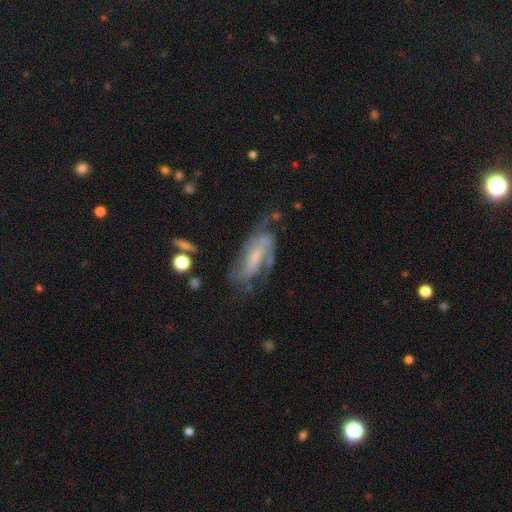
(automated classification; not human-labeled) A featured or disk galaxy (75%) with no bar (42%), 2 (48%) medium (46%) spiral arms (88%) and a small central bulge (45%). Merging: none (52%).